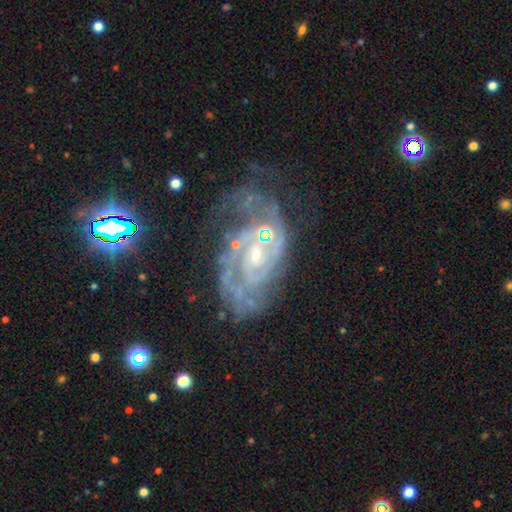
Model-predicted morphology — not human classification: This is clearly a featured or disk galaxy (88%). It is clearly not viewed edge-on (97%). Bar: possibly no (46%). Spiral arm pattern: clearly yes (94%). Spiral arm count: possibly 2 (49%). Spiral winding: possibly tight (54%). Central bulge: possibly small (58%). Merging: possibly none (47%).